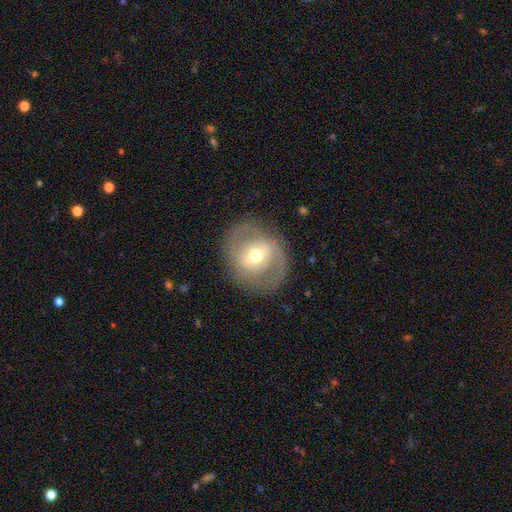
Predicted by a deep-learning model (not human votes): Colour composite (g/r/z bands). It shows a featured or disk galaxy (60%) with a weak bar (41%), no spiral arms (59%) and a moderate central bulge (71%). Merging: none (77%).